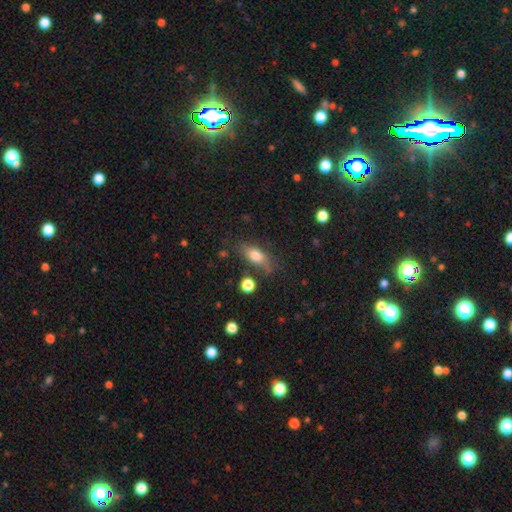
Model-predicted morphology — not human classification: This appears to be a smooth galaxy with no disk features (73%) that is in between round and cigar-shaped (78%). Merging: none (67%).